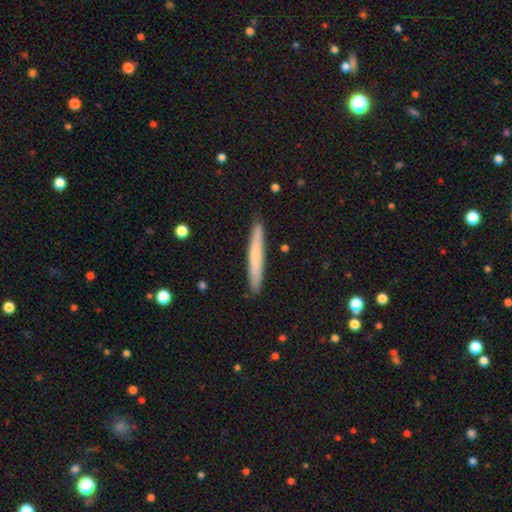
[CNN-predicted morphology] Smooth or featured? Predicted: smooth (p=0.66). How rounded? Predicted: cigar-shaped (p=0.96). Merging? Predicted: none (p=0.89).